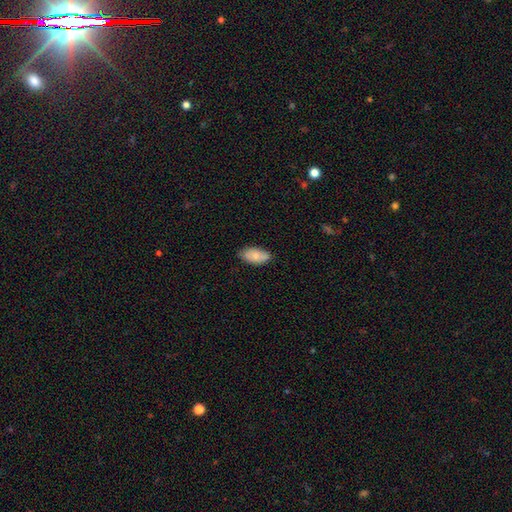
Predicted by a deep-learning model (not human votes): Smooth or featured?
  - smooth: 74% *
  - featured or disk: 20%
  - star or artifact: 6%
How rounded?
  - in between: 94% *
  - round: 3%
  - cigar-shaped: 3%
Merging?
  - none: 76% *
  - minor disturbance: 20%
  - major disturbance: 3%
  - merger: 1%